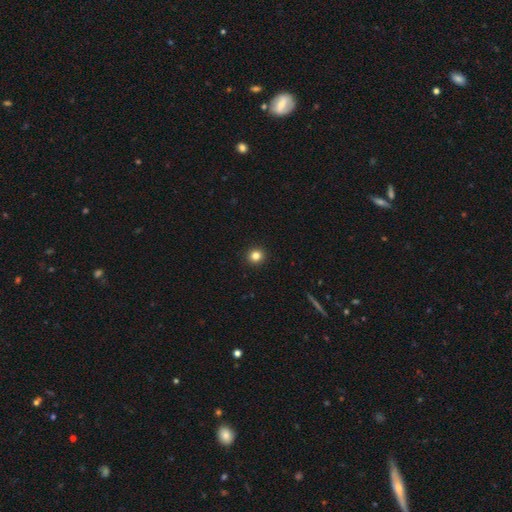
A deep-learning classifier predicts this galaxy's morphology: Smooth or featured: smooth — 82% (star or artifact — 12%)
How rounded: round — 92% (in between — 7%)
Merging: none — 93% (minor disturbance — 4%)